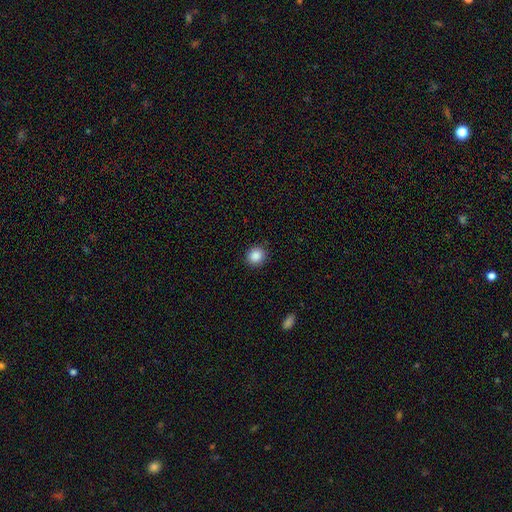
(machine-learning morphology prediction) Smooth or featured? Predicted: smooth (p=0.87). How rounded? Predicted: round (p=0.88). Merging? Predicted: none (p=0.91).